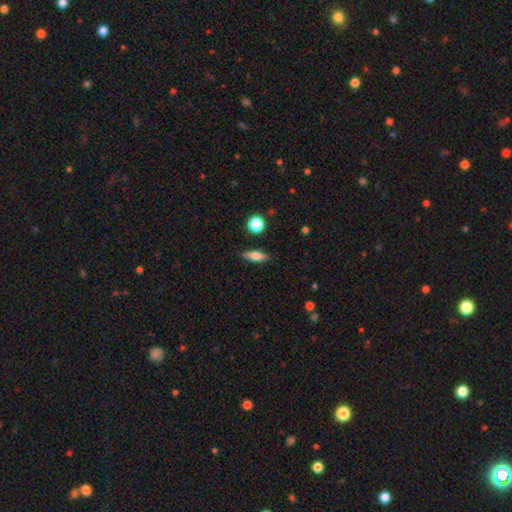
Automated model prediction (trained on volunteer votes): smooth-or-featured: smooth: 70% | featured or disk: 22% | star or artifact: 8%
  how-rounded: in between: 59% | cigar-shaped: 35% | round: 6%
  merging: none: 85% | minor disturbance: 11% | major disturbance: 3% | merger: 2%